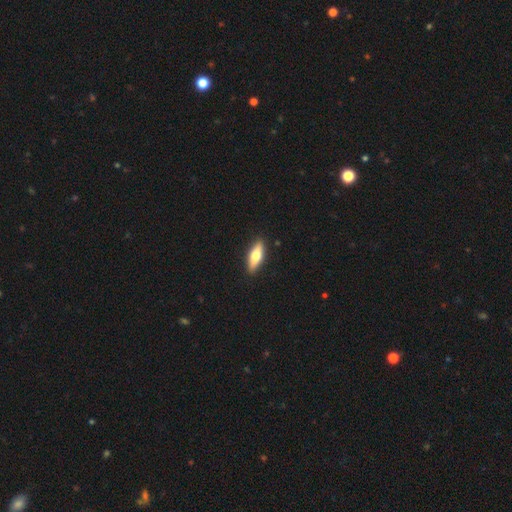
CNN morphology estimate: Smooth or featured? Predicted: smooth (p=0.60). How rounded? Predicted: in between (p=0.54). Merging? Predicted: none (p=0.90).